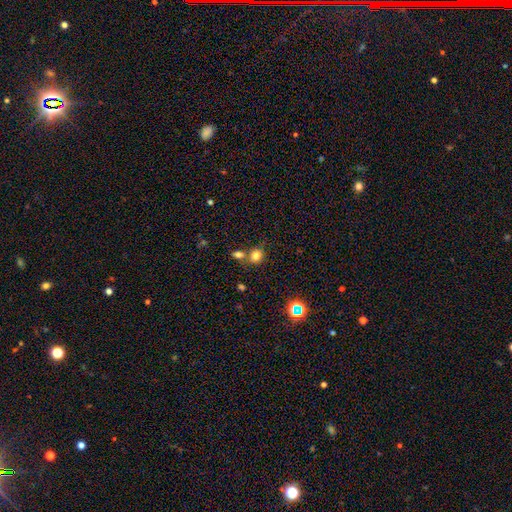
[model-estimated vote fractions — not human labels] The model was most divided on "merging": none: 57%, merger: 29%, minor disturbance: 10%, major disturbance: 4%. More confident: smooth or featured — smooth (78%); how rounded — round (73%).